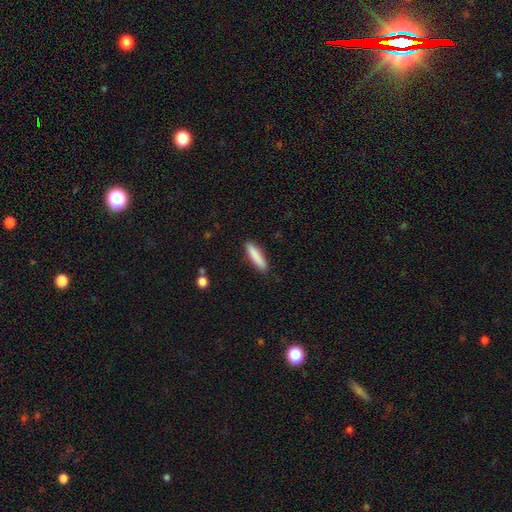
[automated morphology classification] Smooth or featured? smooth (87%)
How rounded? cigar-shaped (75%)
Merging? none (89%)